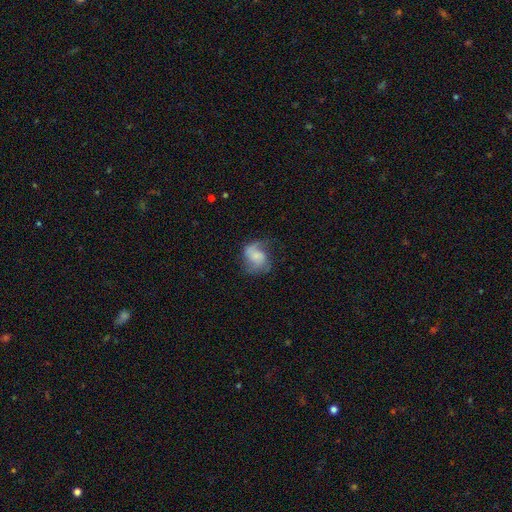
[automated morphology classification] smooth-or-featured: featured or disk: 59% | smooth: 33% | star or artifact: 8%
  disk-edge-on: no: 97% | yes: 3%
    bar: no: 61% | weak: 32% | strong: 7%
    has-spiral-arms: yes: 87% | no: 13%
    bulge-size: small: 37% | moderate: 26% | none: 24% | large: 10% | dominant: 3%
  merging: none: 49% | minor disturbance: 25% | major disturbance: 25% | merger: 2%